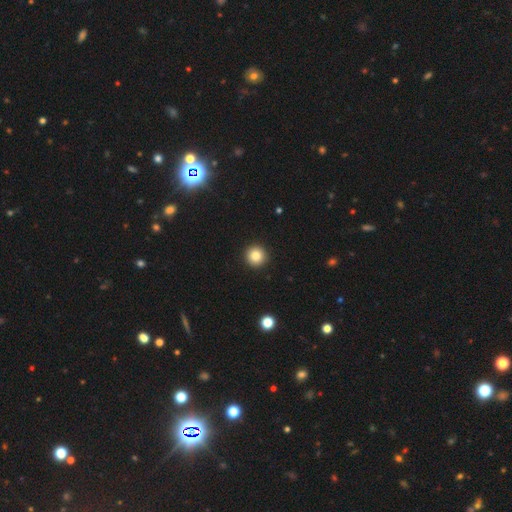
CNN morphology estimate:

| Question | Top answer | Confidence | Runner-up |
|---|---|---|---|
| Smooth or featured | smooth | 84% | star or artifact (10%) |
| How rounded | round | 96% | in between (3%) |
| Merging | none | 93% | minor disturbance (4%) |